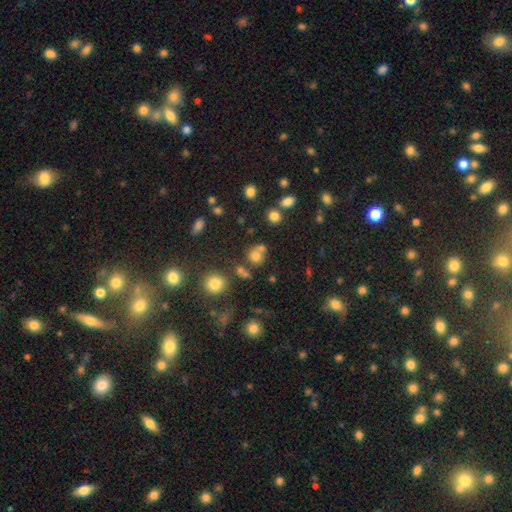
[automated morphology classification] This appears to be a smooth galaxy with no disk features (50%). Merging: none (73%).